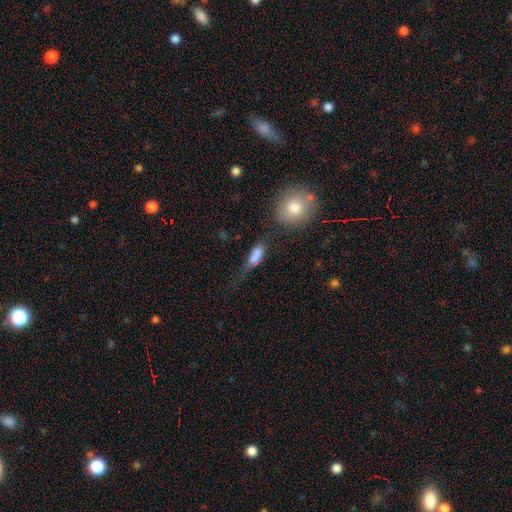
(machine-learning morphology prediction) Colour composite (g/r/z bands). It shows a smooth galaxy with no disk features (70%) that is in between round and cigar-shaped (59%). Merging: none (29%).